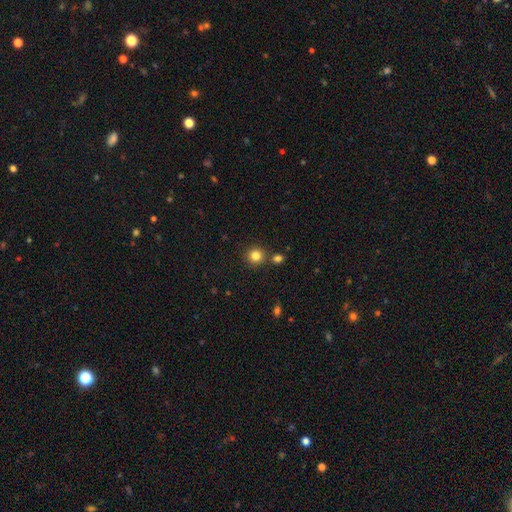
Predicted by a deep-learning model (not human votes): Smooth or featured?
  - smooth: 83% *
  - star or artifact: 12%
  - featured or disk: 5%
How rounded?
  - round: 92% *
  - in between: 7%
  - cigar-shaped: 1%
Merging?
  - none: 82% *
  - merger: 8%
  - minor disturbance: 7%
  - major disturbance: 2%